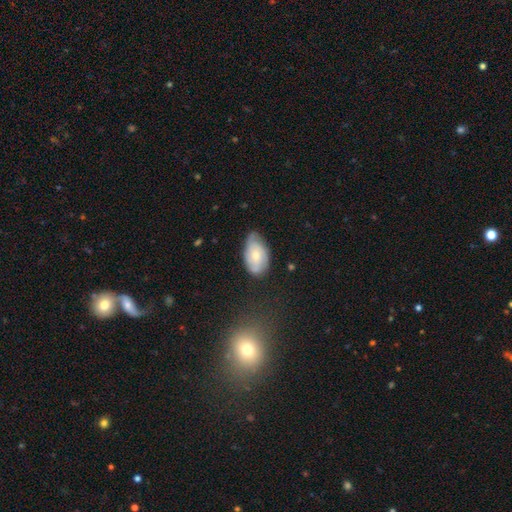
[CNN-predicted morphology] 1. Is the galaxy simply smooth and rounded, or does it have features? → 52% smooth, 42% featured or disk, 7% star or artifact.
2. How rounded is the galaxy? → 92% in between, 7% round, 2% cigar-shaped.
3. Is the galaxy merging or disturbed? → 51% none, 39% minor disturbance, 8% major disturbance, 2% merger.